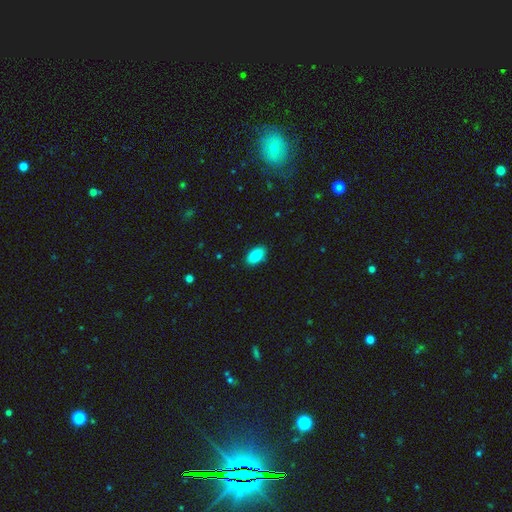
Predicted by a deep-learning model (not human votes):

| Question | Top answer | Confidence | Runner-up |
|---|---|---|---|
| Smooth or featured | smooth | 88% | star or artifact (7%) |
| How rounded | in between | 94% | round (4%) |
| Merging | none | 88% | minor disturbance (9%) |